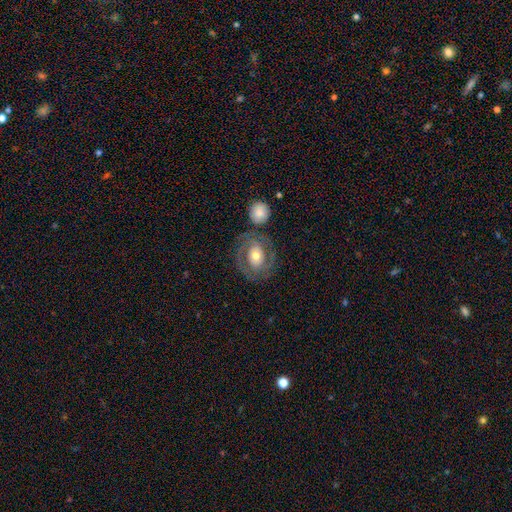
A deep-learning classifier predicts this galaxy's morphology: A featured or disk galaxy (63%) with no bar (71%), spiral arms (71%) and a moderate central bulge (65%).

Vote fractions:
- Smooth or featured? featured or disk: 63% / smooth: 29% / star or artifact: 7%
- Edge-on disk? no: 96% / yes: 4%
- Bar? no: 71% / weak: 21% / strong: 9%
- Spiral arms? yes: 71% / no: 29%
- Bulge size? moderate: 65% / small: 20% / large: 11% / dominant: 2% / none: 1%
- Merging? none: 67% / minor disturbance: 14% / major disturbance: 10% / merger: 8%